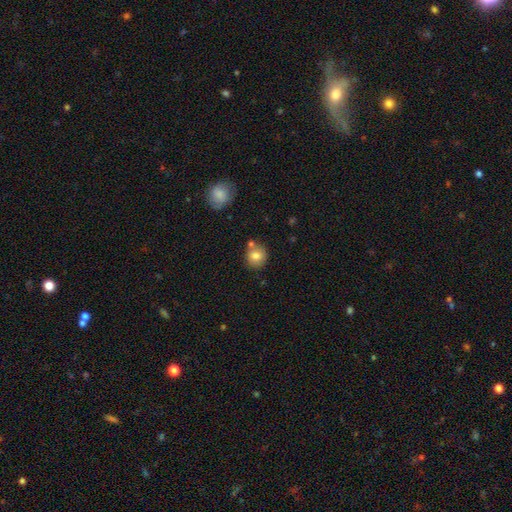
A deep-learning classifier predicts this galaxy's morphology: Smooth or featured? Predicted: smooth (p=0.81). How rounded? Predicted: round (p=0.86). Merging? Predicted: none (p=0.69).